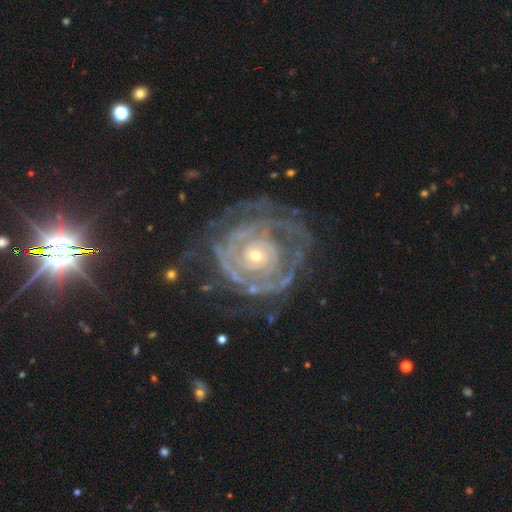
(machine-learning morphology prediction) smooth-or-featured: featured or disk: 83% | smooth: 10% | star or artifact: 7%
  disk-edge-on: no: 97% | yes: 3%
    bar: no: 83% | weak: 12% | strong: 5%
    has-spiral-arms: yes: 80% | no: 20%
      spiral-winding: tight: 77% | medium: 16% | loose: 6%
      spiral-arm-count: can't tell: 49% | 2: 16% | 3: 11% | 4: 9% | more than 4: 8% | 1: 7%
    bulge-size: small: 69% | moderate: 26% | large: 2% | none: 1% | dominant: 1%
  merging: none: 62% | minor disturbance: 18% | major disturbance: 18% | merger: 2%